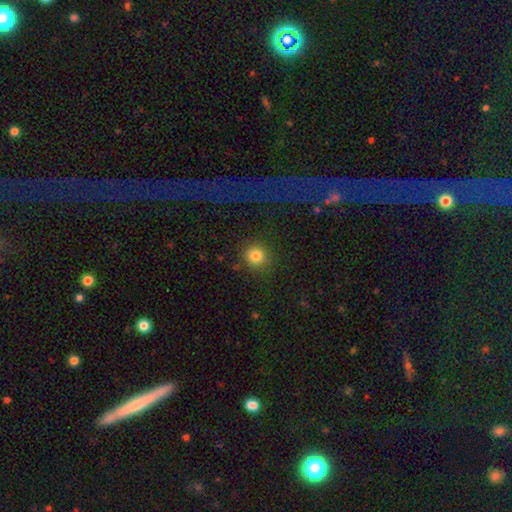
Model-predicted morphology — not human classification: This is clearly a smooth galaxy (82%). How rounded: clearly round (92%). Merging: clearly none (85%).